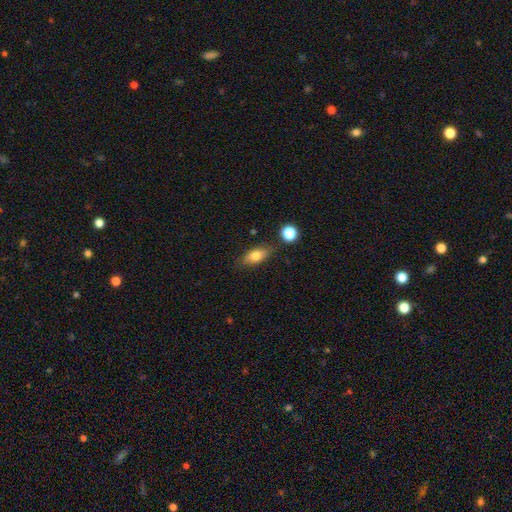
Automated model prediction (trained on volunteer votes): This is likely a smooth galaxy (76%). How rounded: clearly in between (80%). Merging: likely none (78%).